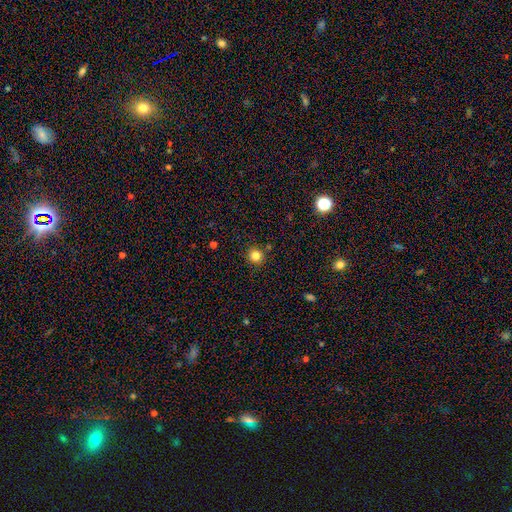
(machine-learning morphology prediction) This appears to be a smooth galaxy with no disk features (82%) that is round (94%). Merging: none (89%).